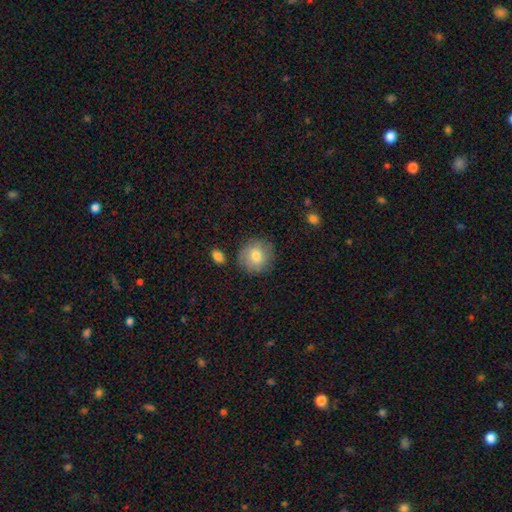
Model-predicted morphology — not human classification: type=smooth (75%); roundness=round (90%); merging=none (82%).